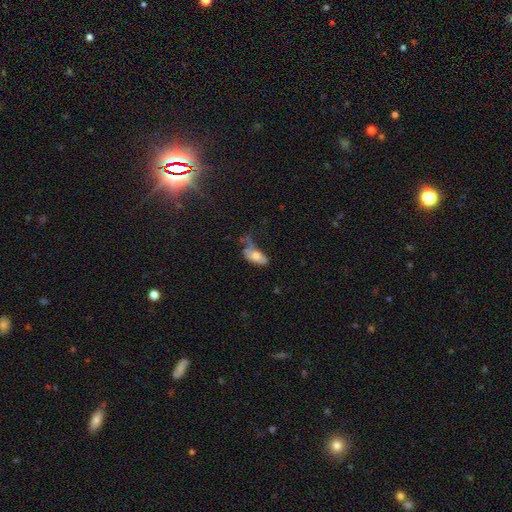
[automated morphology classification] A smooth galaxy with no disk features (59%) that is in between round and cigar-shaped (87%).

Vote fractions:
- Smooth or featured? smooth: 59% / featured or disk: 32% / star or artifact: 8%
- How rounded? in between: 87% / cigar-shaped: 9% / round: 4%
- Merging? major disturbance: 41% / minor disturbance: 27% / none: 22% / merger: 10%